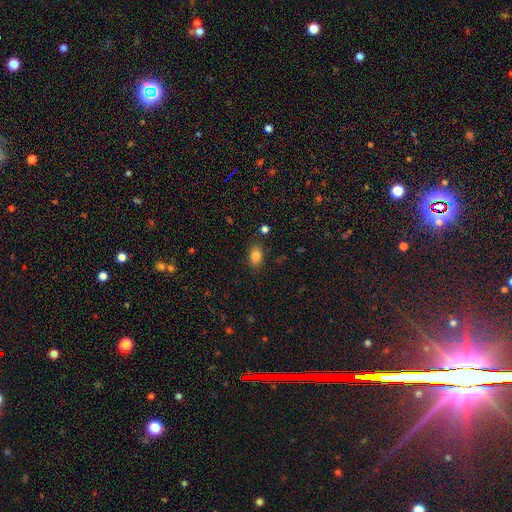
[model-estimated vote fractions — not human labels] Smooth or featured?
  - smooth: 84% *
  - star or artifact: 10%
  - featured or disk: 6%
How rounded?
  - in between: 81% *
  - round: 18%
  - cigar-shaped: 1%
Merging?
  - none: 83% *
  - minor disturbance: 12%
  - major disturbance: 3%
  - merger: 2%